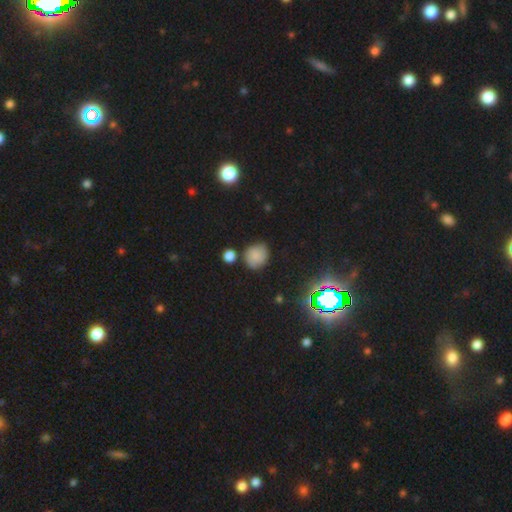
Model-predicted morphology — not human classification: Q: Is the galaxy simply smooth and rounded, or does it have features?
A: smooth — 73%.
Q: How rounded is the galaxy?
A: round — 79%.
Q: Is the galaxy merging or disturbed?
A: none — 70%.